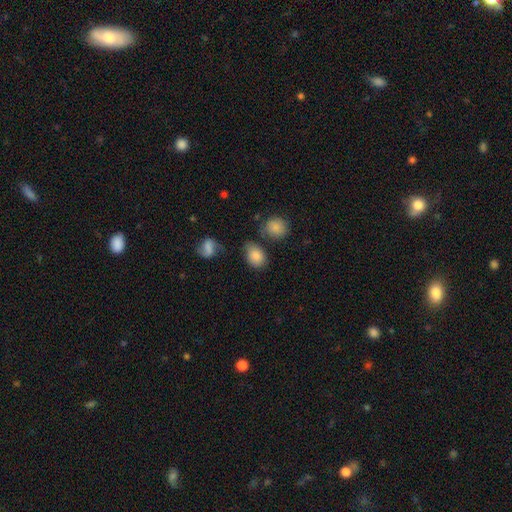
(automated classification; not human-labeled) Smooth or featured? Predicted: smooth (p=0.83). How rounded? Predicted: in between (p=0.66). Merging? Predicted: none (p=0.64).